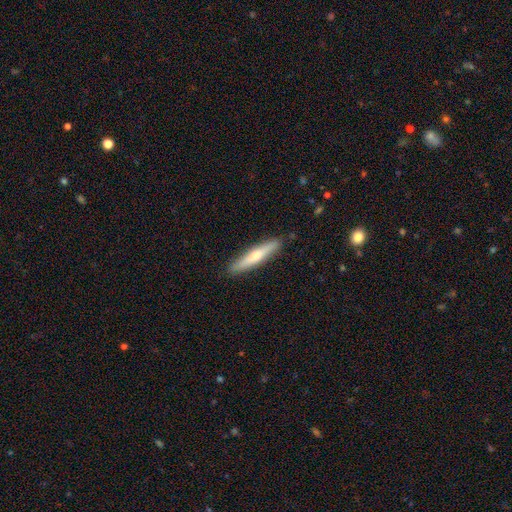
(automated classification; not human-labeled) A smooth galaxy with no disk features (53%) that is cigar-shaped (90%). Merging: none (89%).